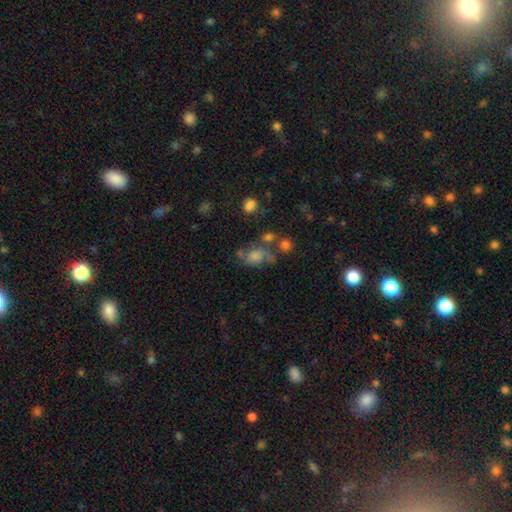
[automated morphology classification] A featured or disk galaxy (41%). Merging: none (44%).